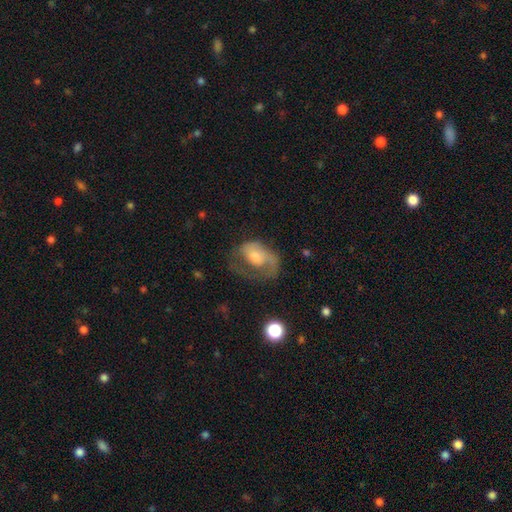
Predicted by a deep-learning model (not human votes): This appears to be a featured or disk galaxy (59%) with no bar (70%), spiral arms (78%) and a moderate central bulge (44%). Merging: major disturbance (41%).